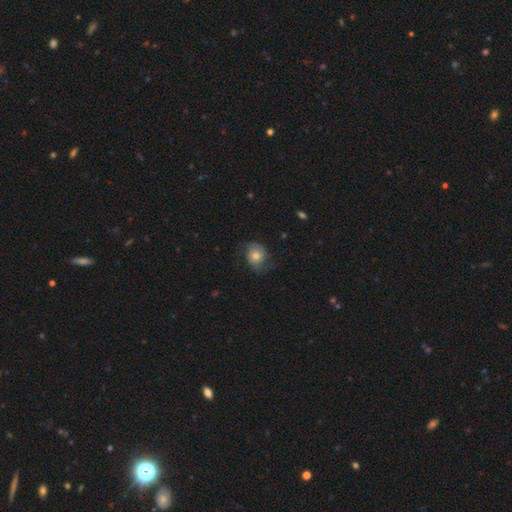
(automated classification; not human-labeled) This appears to be a smooth galaxy with no disk features (54%) that is round (61%). Merging: none (59%).